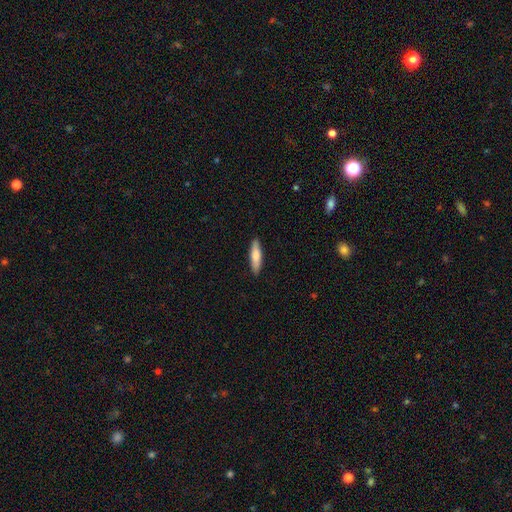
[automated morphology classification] Overall: smooth (75%). How rounded: cigar-shaped (72%). Merging: none (90%).